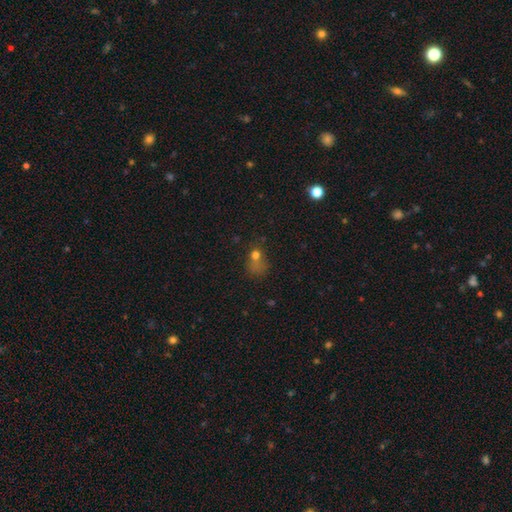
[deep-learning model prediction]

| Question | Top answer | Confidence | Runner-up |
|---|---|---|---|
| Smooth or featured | smooth | 68% | star or artifact (18%) |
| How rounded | round | 57% | in between (41%) |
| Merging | major disturbance | 37% | none (29%) |